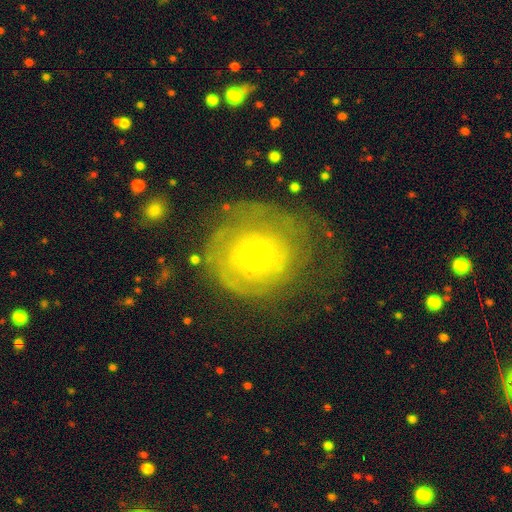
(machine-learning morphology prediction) type=featured or disk (65%); edge-on=no (97%); bar=no (84%); spiral arms=yes (63%); bulge=small (81%); merging=none (45%).